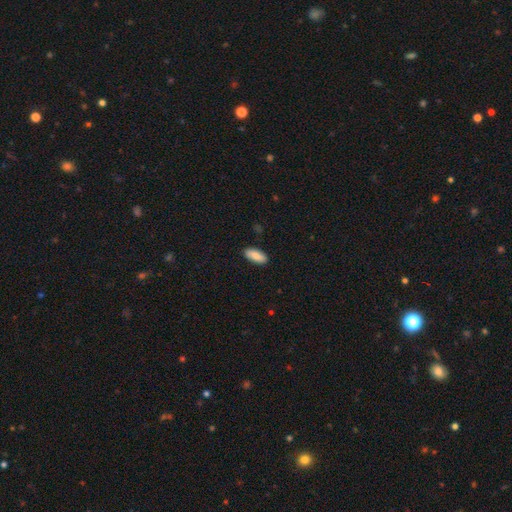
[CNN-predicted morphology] Overall: smooth (86%). How rounded: in between (85%). Merging: none (89%).